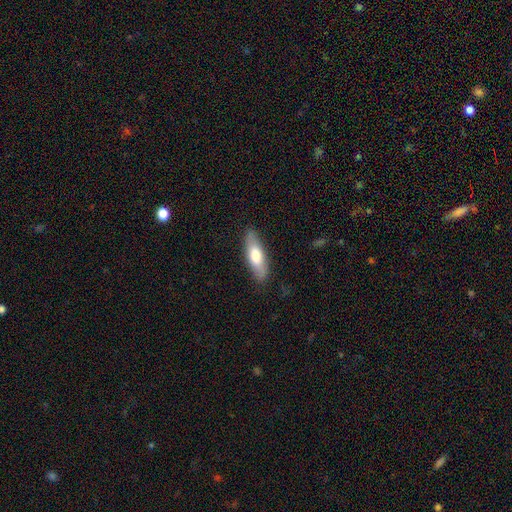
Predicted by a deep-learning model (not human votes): This is likely a smooth galaxy (67%). How rounded: possibly in between (54%). Merging: clearly none (85%).